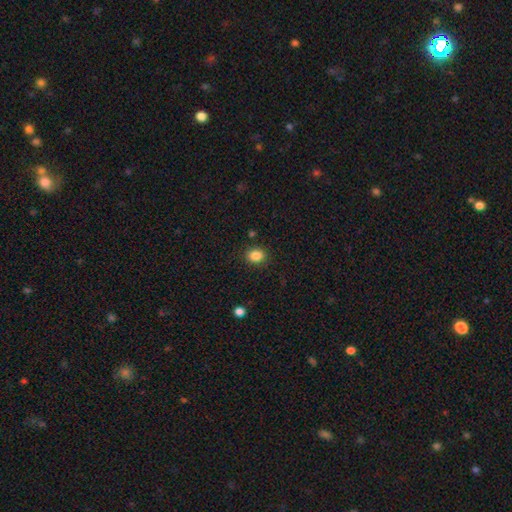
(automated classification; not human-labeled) Q: Smooth or featured?
A: smooth (85%); runner-up: star or artifact (11%)
Q: How rounded?
A: round (61%); runner-up: in between (38%)
Q: Merging?
A: none (88%); runner-up: minor disturbance (8%)